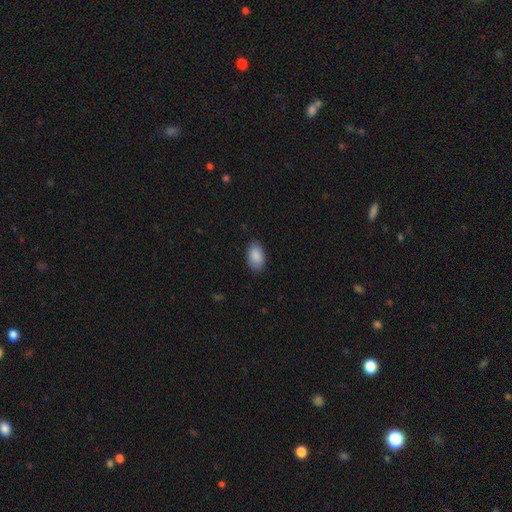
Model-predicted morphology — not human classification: smooth_or_featured: smooth (p=0.89) [alt: star or artifact p=0.06]
how_rounded: in between (p=0.94) [alt: round p=0.04]
merging: none (p=0.85) [alt: minor disturbance p=0.12]